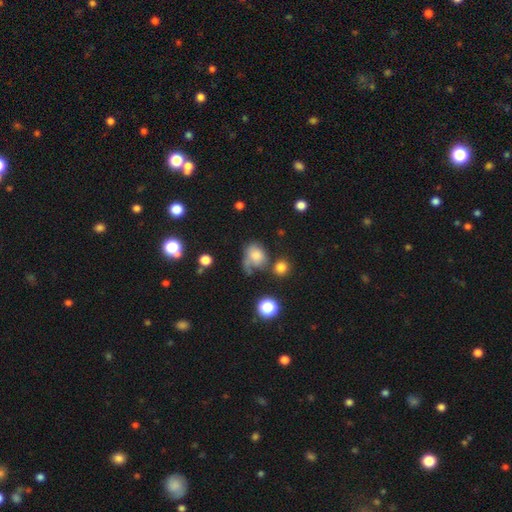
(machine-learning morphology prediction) Overall: smooth (73%). How rounded: round (50%; in between 48%). Merging: none (34%; minor disturbance 26%).